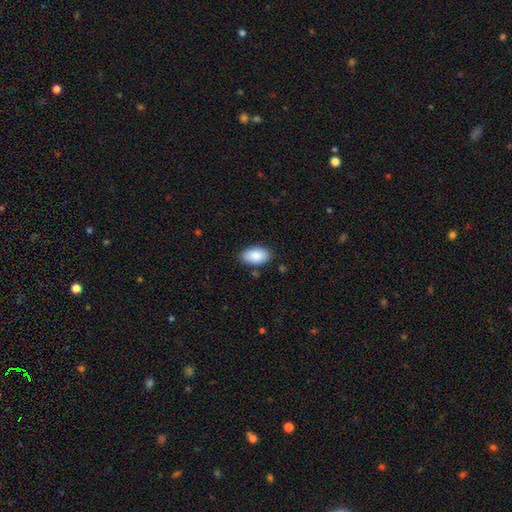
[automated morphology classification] type=smooth (89%); roundness=in between (94%); merging=none (85%).